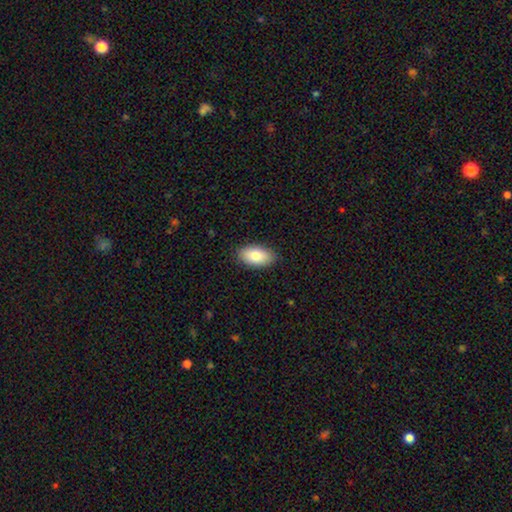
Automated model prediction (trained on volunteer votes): The model was most divided on "smooth or featured": smooth: 83%, featured or disk: 10%, star or artifact: 6%. More confident: how rounded — in between (94%); merging — none (87%).